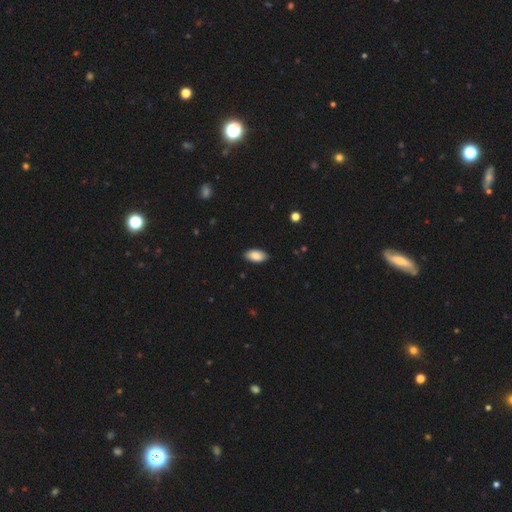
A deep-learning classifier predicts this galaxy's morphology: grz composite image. It shows a smooth galaxy with no disk features (87%) that is in between round and cigar-shaped (95%). Merging: none (88%).